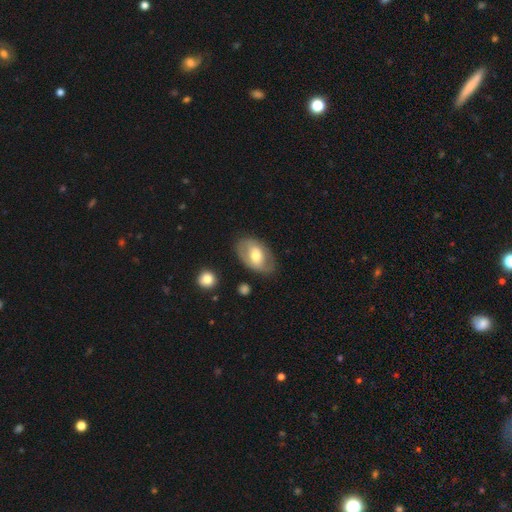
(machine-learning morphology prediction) The model was most divided on "smooth or featured": smooth: 48%, featured or disk: 45%, star or artifact: 6%. More confident: merging — none (75%).